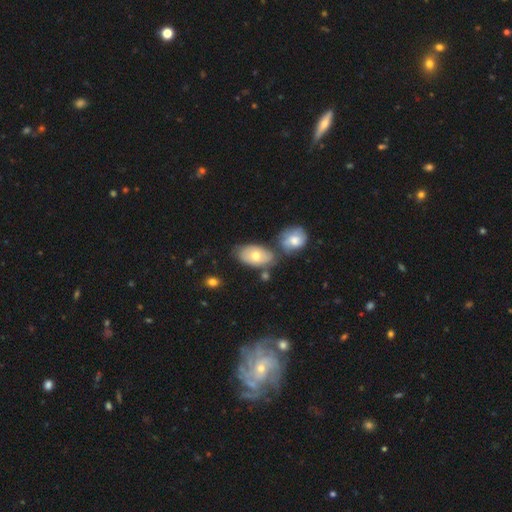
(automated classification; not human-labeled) smooth 63%, featured or disk 31%, star or artifact 6%. Down the decision tree: how rounded — in between (91%); merging — none (54%).